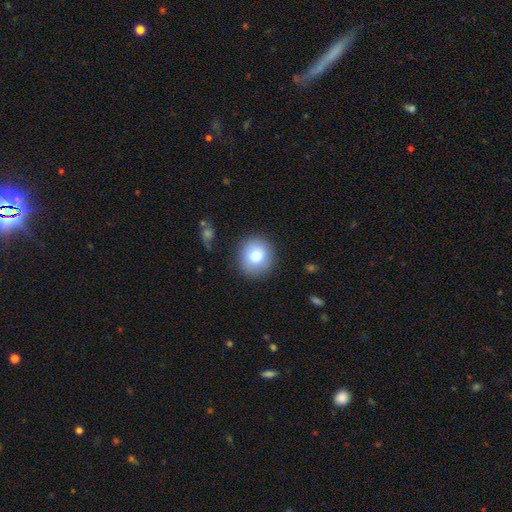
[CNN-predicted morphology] This is clearly a smooth galaxy (84%). How rounded: clearly round (83%). Merging: clearly none (84%).